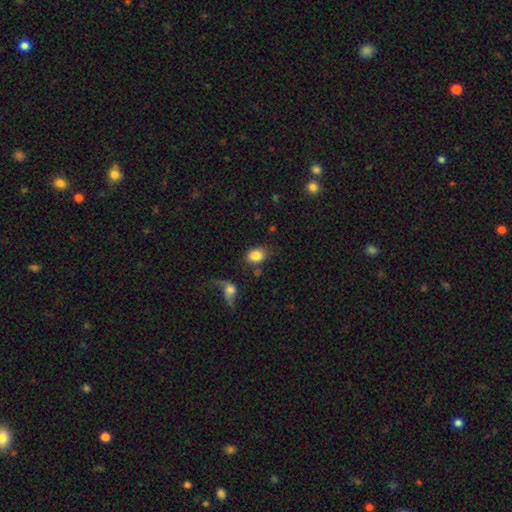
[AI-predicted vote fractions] smooth 83%, featured or disk 9%, star or artifact 8%. Down the decision tree: how rounded — in between (65%); merging — none (65%).